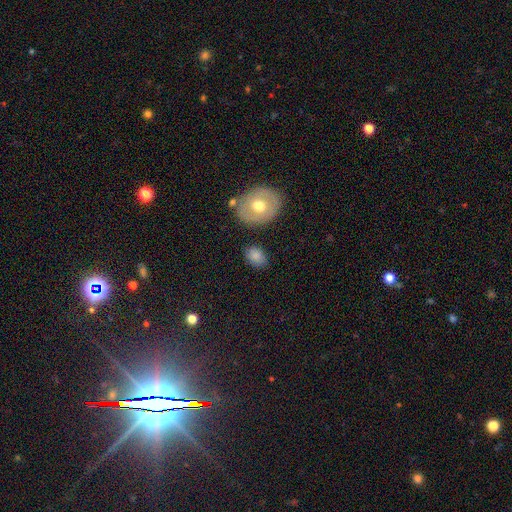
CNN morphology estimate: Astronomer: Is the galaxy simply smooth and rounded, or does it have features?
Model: smooth — 81%.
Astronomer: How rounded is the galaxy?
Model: in between — 78%.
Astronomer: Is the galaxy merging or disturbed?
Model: none — 79%.